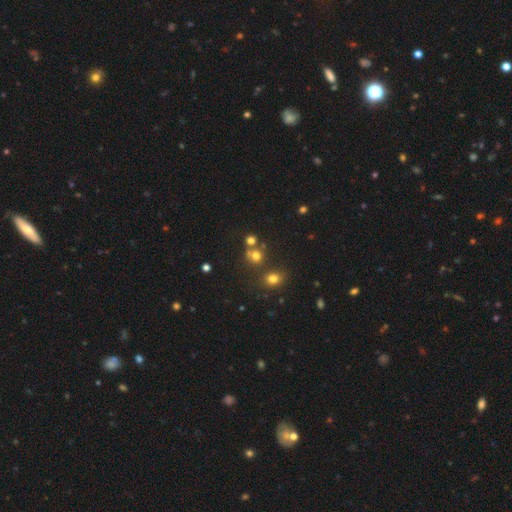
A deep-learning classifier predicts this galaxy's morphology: Smooth or featured?
  - smooth: 68% *
  - star or artifact: 22%
  - featured or disk: 10%
How rounded?
  - round: 83% *
  - in between: 16%
  - cigar-shaped: 1%
Merging?
  - none: 59% *
  - merger: 28%
  - minor disturbance: 9%
  - major disturbance: 4%